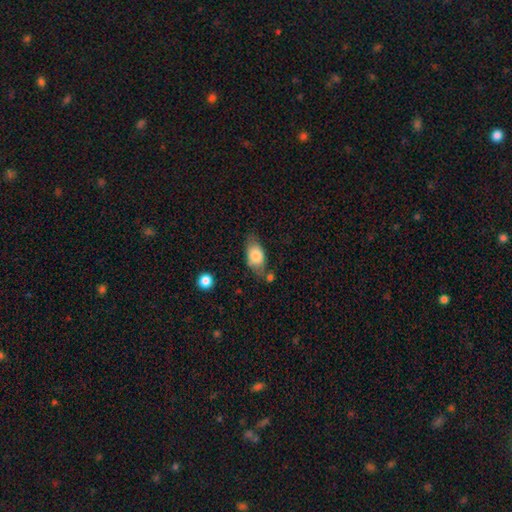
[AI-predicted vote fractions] Smooth or featured?
  - smooth: 79% *
  - featured or disk: 14%
  - star or artifact: 7%
How rounded?
  - in between: 88% *
  - round: 9%
  - cigar-shaped: 3%
Merging?
  - none: 58% *
  - minor disturbance: 25%
  - merger: 8%
  - major disturbance: 8%